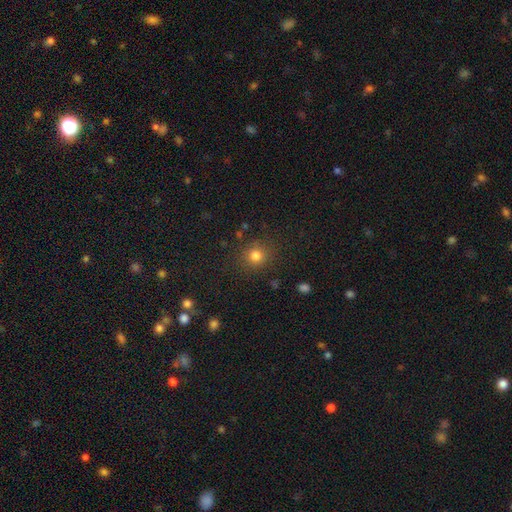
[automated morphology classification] Overall: smooth (80%). How rounded: round (89%). Merging: none (86%).